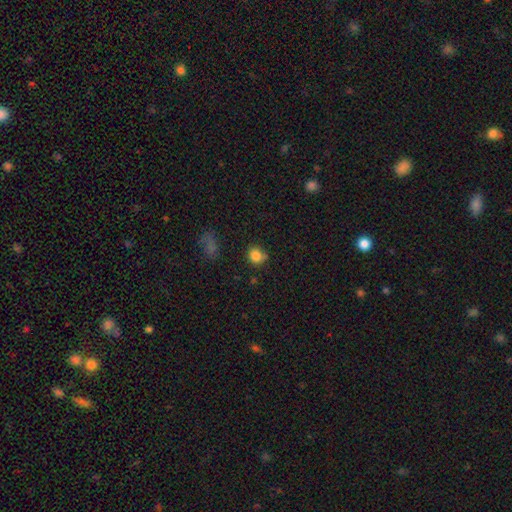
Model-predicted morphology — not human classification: smooth_or_featured: smooth (p=0.83) [alt: star or artifact p=0.11]
how_rounded: round (p=0.81) [alt: in between p=0.18]
merging: none (p=0.66) [alt: minor disturbance p=0.23]